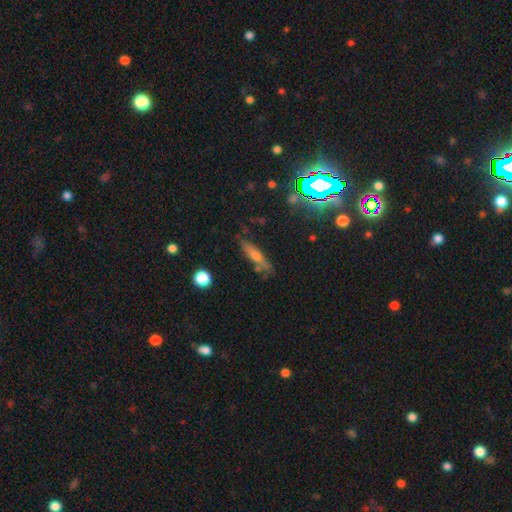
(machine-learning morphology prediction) Q: Smooth or featured?
A: smooth (44%); runner-up: featured or disk (40%)
Q: Merging?
A: none (74%); runner-up: minor disturbance (17%)